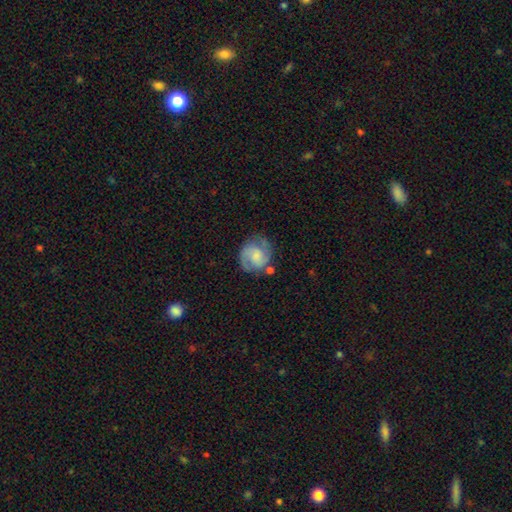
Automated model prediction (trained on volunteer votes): The model was most divided on "bulge size": small: 42%, moderate: 33%, none: 15%, large: 8%, dominant: 2%. Remaining: edge-on disk — no (98%); spiral arms — yes (91%); spiral arm count — 2 (78%); smooth or featured — featured or disk (66%); merging — none (66%); bar — no (55%); spiral winding — medium (48%).